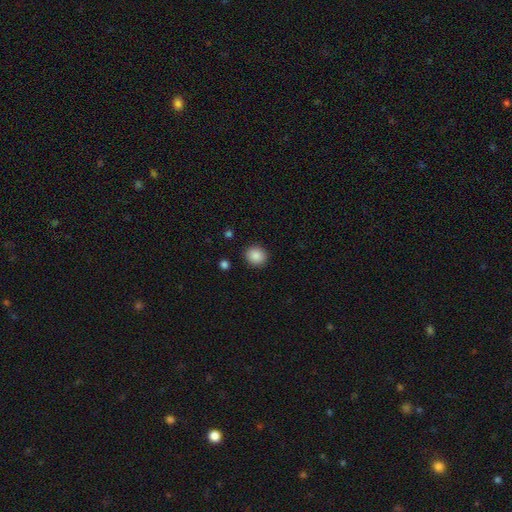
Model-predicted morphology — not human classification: Q: Smooth or featured?
A: smooth (88%); runner-up: star or artifact (8%)
Q: How rounded?
A: round (85%); runner-up: in between (14%)
Q: Merging?
A: none (91%); runner-up: minor disturbance (6%)